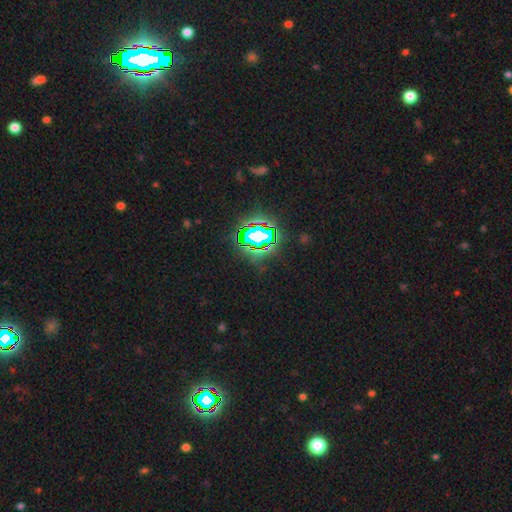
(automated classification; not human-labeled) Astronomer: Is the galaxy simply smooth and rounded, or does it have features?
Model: star or artifact — 82%.